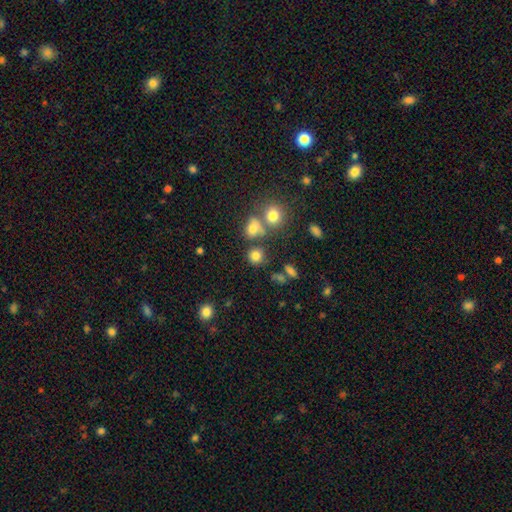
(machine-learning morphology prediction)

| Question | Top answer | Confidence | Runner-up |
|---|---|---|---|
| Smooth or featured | smooth | 78% | star or artifact (14%) |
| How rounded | round | 84% | in between (15%) |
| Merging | none | 69% | merger (16%) |